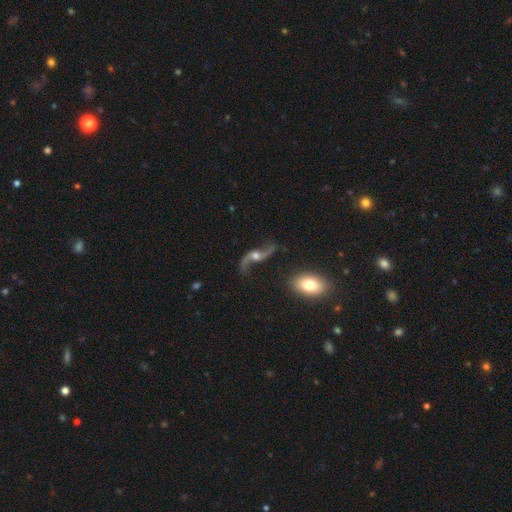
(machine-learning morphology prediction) Smooth or featured? Predicted: featured or disk (p=0.89). Edge-on disk? Predicted: no (p=0.92). Bar? Predicted: no (p=0.59). Spiral arms? Predicted: yes (p=0.96). Spiral winding? Predicted: loose (p=0.93). Spiral arm count? Predicted: 2 (p=0.94). Bulge size? Predicted: moderate (p=0.52). Merging? Predicted: none (p=0.75).